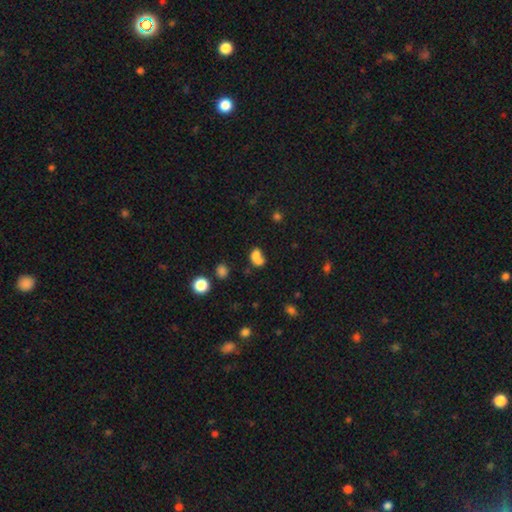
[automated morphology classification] Smooth or featured? smooth (73%)
How rounded? in between (59%)
Merging? merger (52%)